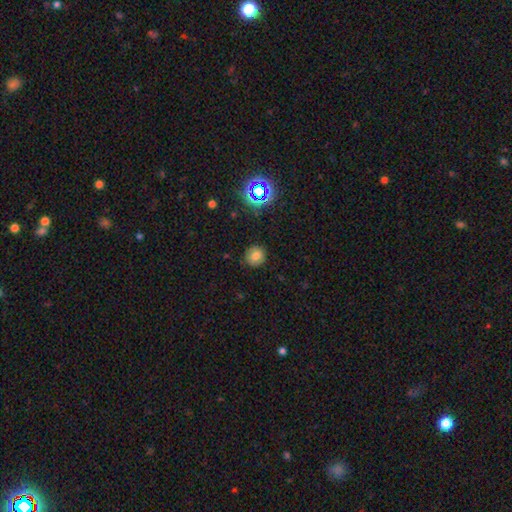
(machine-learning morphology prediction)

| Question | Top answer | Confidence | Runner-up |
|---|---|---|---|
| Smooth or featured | smooth | 74% | star or artifact (16%) |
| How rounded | round | 89% | in between (10%) |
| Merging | none | 87% | minor disturbance (10%) |